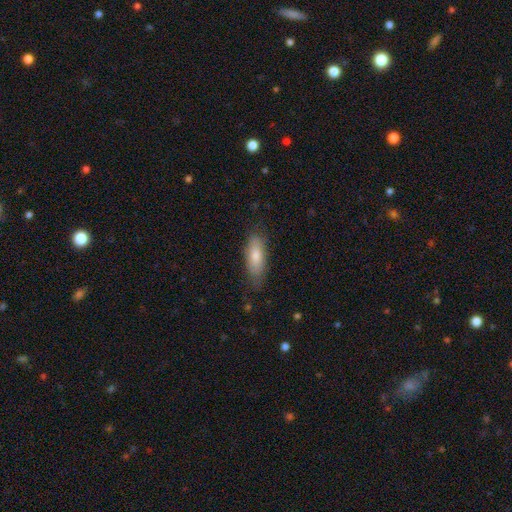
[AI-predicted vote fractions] Smooth or featured?
  - smooth: 77% *
  - featured or disk: 17%
  - star or artifact: 6%
How rounded?
  - in between: 68% *
  - cigar-shaped: 30%
  - round: 2%
Merging?
  - none: 75% *
  - minor disturbance: 20%
  - major disturbance: 4%
  - merger: 1%